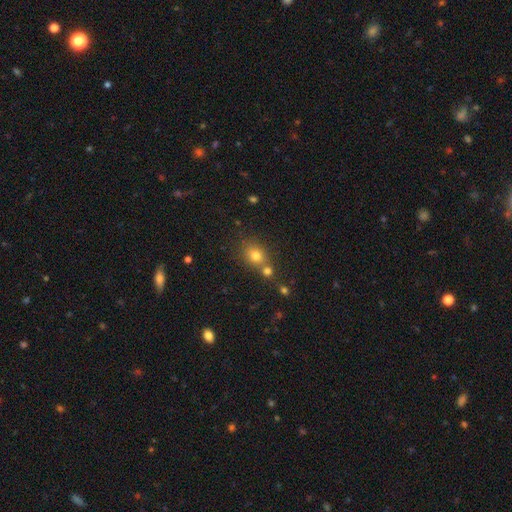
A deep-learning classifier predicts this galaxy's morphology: Smooth or featured? smooth (73%)
How rounded? round (66%)
Merging? none (56%)